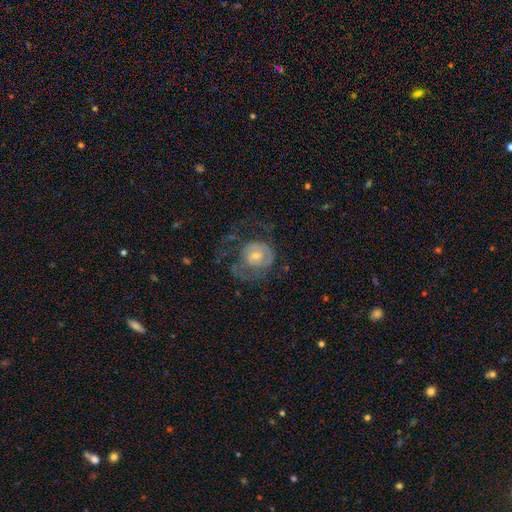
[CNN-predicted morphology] smooth_or_featured: featured or disk (p=0.61) [alt: smooth p=0.32]
disk_edge_on: no (p=0.97) [alt: yes p=0.03]
bar: no (p=0.72) [alt: weak p=0.24]
has_spiral_arms: yes (p=0.63) [alt: no p=0.37]
bulge_size: small (p=0.48) [alt: moderate p=0.44]
merging: major disturbance (p=0.46) [alt: none p=0.34]